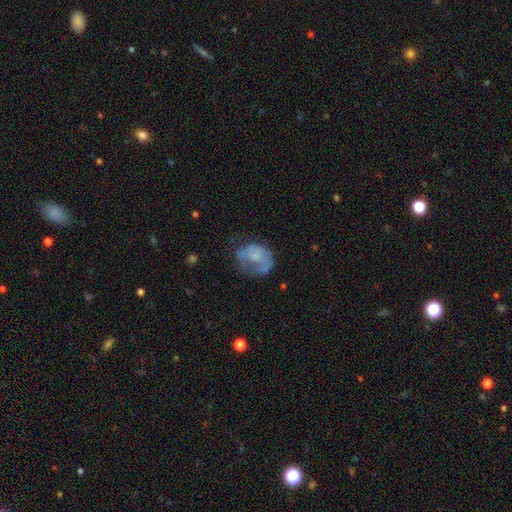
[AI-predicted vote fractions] This appears to be a smooth galaxy with no disk features (52%) that is round (53%). Merging: none (37%).